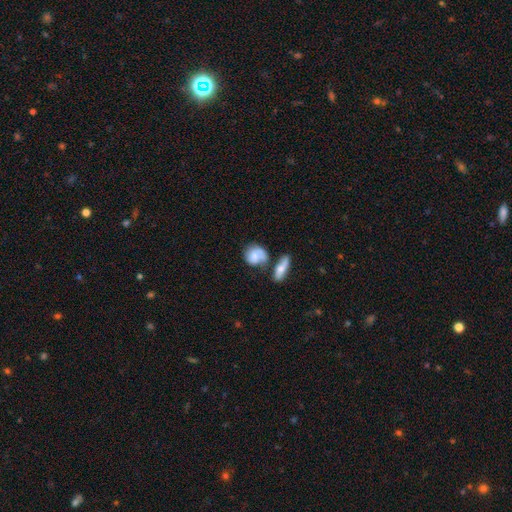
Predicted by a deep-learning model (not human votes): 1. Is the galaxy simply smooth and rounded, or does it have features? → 67% smooth, 26% featured or disk, 7% star or artifact.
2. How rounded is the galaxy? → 64% round, 33% in between, 3% cigar-shaped.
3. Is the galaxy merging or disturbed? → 38% none, 32% merger, 19% minor disturbance, 11% major disturbance.